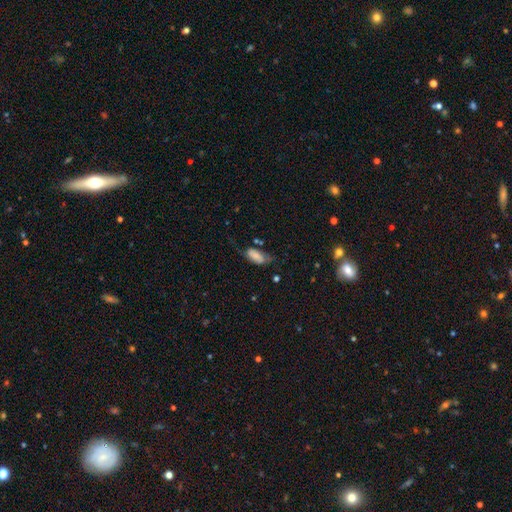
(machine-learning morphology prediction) A smooth galaxy with no disk features (70%) that is in between round and cigar-shaped (90%).

Vote fractions:
- Smooth or featured? smooth: 70% / featured or disk: 22% / star or artifact: 8%
- How rounded? in between: 90% / cigar-shaped: 7% / round: 3%
- Merging? none: 42% / minor disturbance: 34% / major disturbance: 21% / merger: 4%